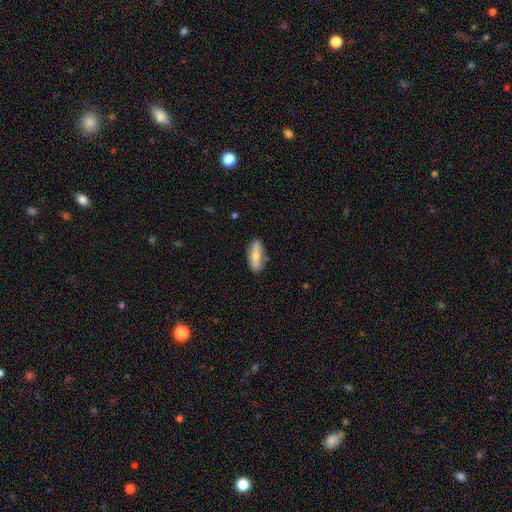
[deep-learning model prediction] A smooth galaxy with no disk features (68%) that is in between round and cigar-shaped (61%). Merging: none (78%).